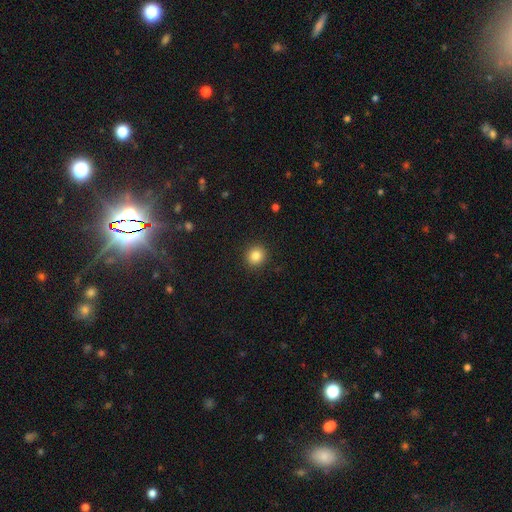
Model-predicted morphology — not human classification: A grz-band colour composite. It shows a smooth galaxy with no disk features (85%) that is round (90%). Merging: none (92%).